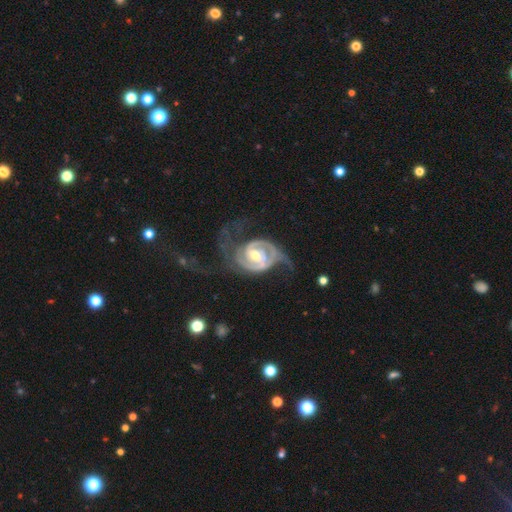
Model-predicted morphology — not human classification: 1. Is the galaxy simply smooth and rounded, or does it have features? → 92% featured or disk, 5% smooth, 4% star or artifact.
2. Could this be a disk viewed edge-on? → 97% no, 3% yes.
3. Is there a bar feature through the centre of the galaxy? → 44% weak, 30% strong, 25% no.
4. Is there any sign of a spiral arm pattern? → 97% yes, 3% no.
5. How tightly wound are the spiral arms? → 43% tight, 40% medium, 17% loose.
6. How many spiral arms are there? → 77% 2, 7% can't tell, 7% 3, 4% 1, 2% 4, 2% more than 4.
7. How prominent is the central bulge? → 67% moderate, 24% small, 7% large, 1% none, 1% dominant.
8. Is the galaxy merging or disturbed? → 43% none, 35% major disturbance, 18% minor disturbance, 3% merger.